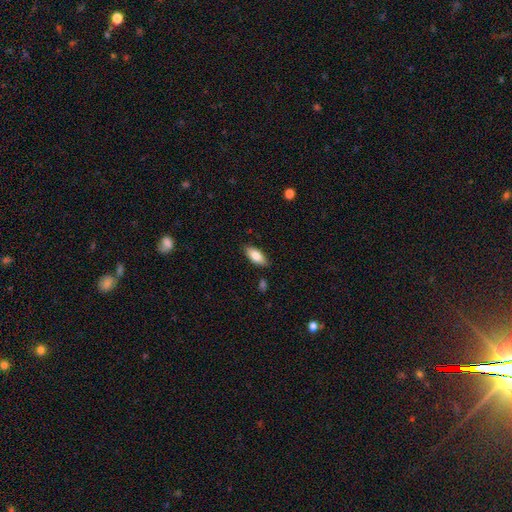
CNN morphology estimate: A smooth galaxy with no disk features (82%) that is in between round and cigar-shaped (85%).

Vote fractions:
- Smooth or featured? smooth: 82% / featured or disk: 12% / star or artifact: 6%
- How rounded? in between: 85% / cigar-shaped: 12% / round: 2%
- Merging? none: 85% / minor disturbance: 11% / major disturbance: 2% / merger: 2%